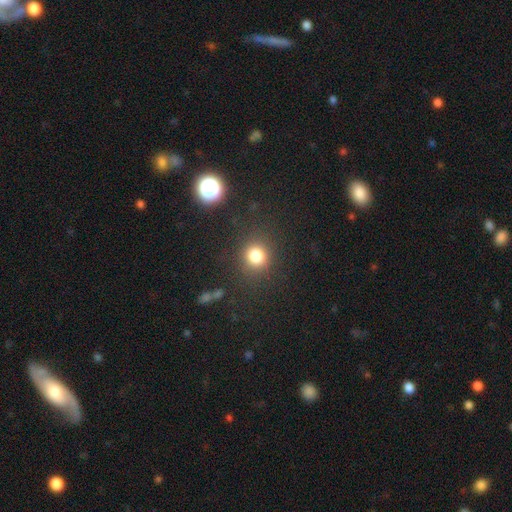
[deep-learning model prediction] Smooth or featured: smooth — 80% (star or artifact — 14%)
How rounded: round — 86% (in between — 13%)
Merging: none — 85% (minor disturbance — 9%)